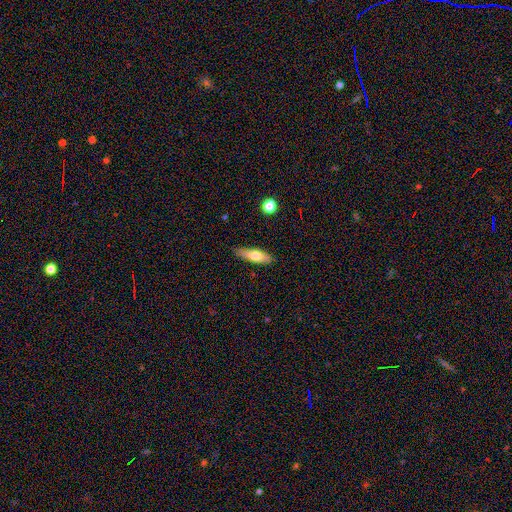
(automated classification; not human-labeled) smooth_or_featured: smooth (p=0.63) [alt: featured or disk p=0.30]
how_rounded: cigar-shaped (p=0.59) [alt: in between p=0.39]
merging: none (p=0.82) [alt: minor disturbance p=0.14]